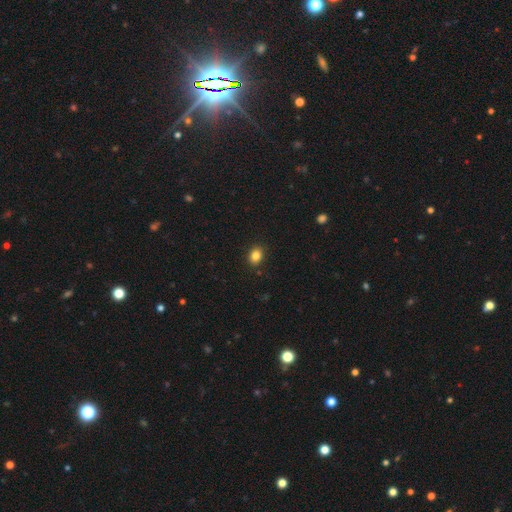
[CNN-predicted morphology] This is clearly a smooth galaxy (85%). How rounded: possibly in between (54%). Merging: clearly none (89%).